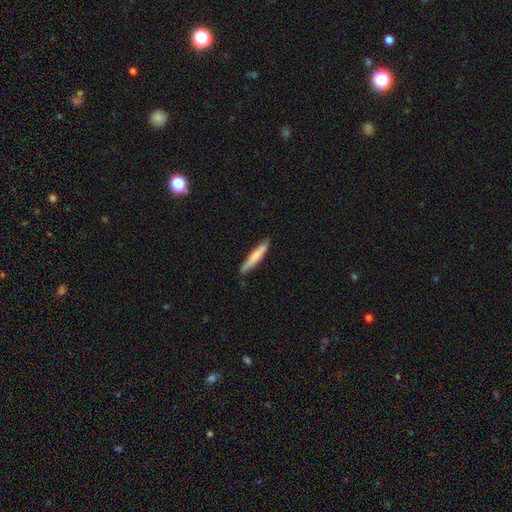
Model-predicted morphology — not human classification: The model was most divided on "smooth or featured": smooth: 75%, featured or disk: 20%, star or artifact: 5%. More confident: how rounded — cigar-shaped (92%); merging — none (84%).